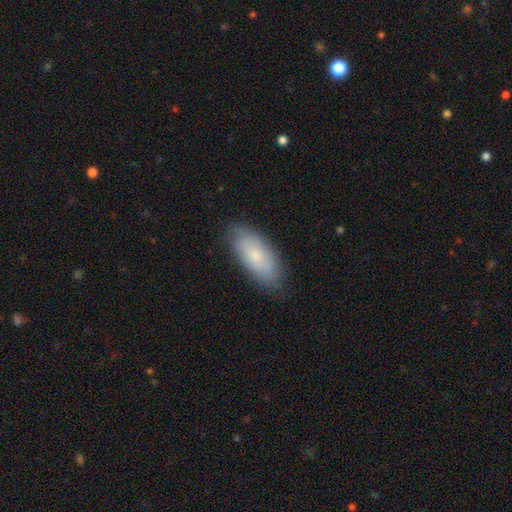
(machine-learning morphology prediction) This appears to be a smooth galaxy with no disk features (71%) that is in between round and cigar-shaped (84%). Merging: none (80%).